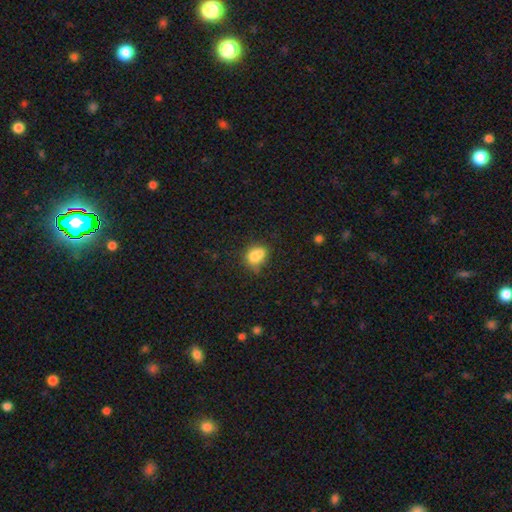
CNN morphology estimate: This appears to be a smooth galaxy with no disk features (76%) that is in between round and cigar-shaped (56%). Merging: none (42%).